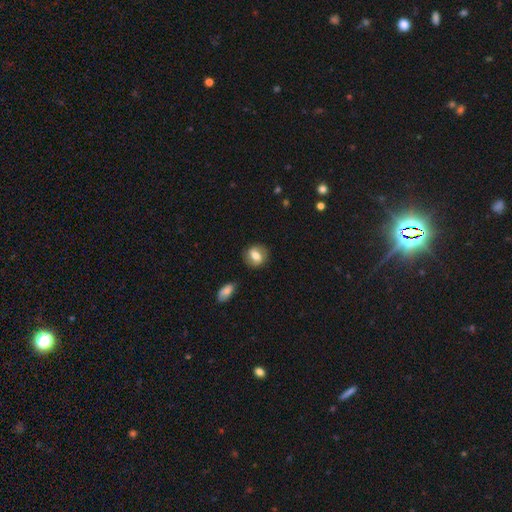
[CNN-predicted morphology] Smooth or featured: smooth — 60% (featured or disk — 32%)
How rounded: round — 59% (in between — 39%)
Merging: none — 80% (minor disturbance — 13%)